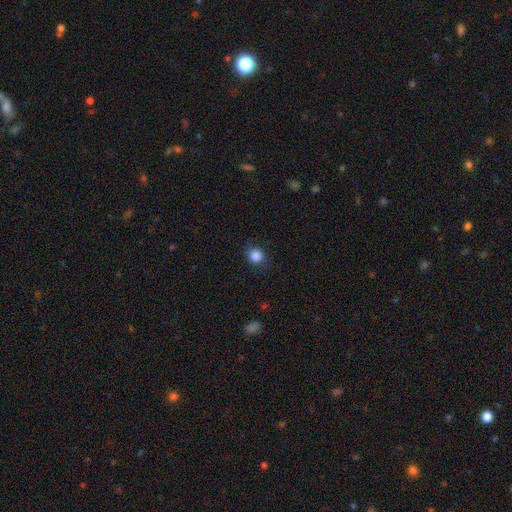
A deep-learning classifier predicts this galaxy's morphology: Q: Smooth or featured?
A: smooth (86%); runner-up: star or artifact (10%)
Q: How rounded?
A: round (84%); runner-up: in between (15%)
Q: Merging?
A: none (85%); runner-up: minor disturbance (11%)